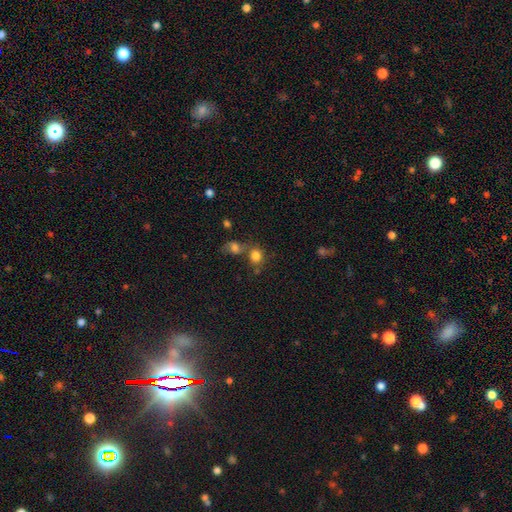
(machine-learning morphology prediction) The model was most divided on "merging": none: 50%, merger: 34%, minor disturbance: 10%, major disturbance: 5%. More confident: smooth or featured — smooth (80%); how rounded — round (73%).